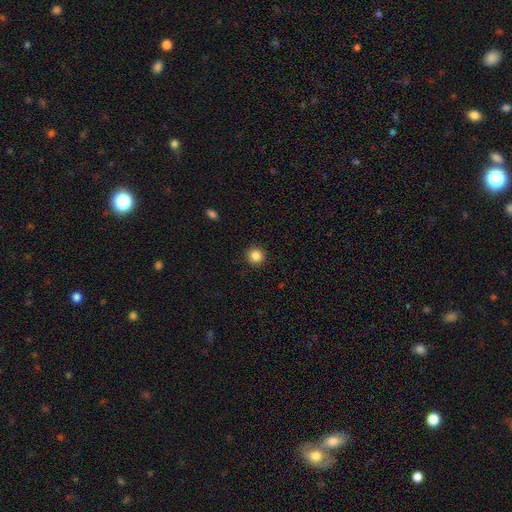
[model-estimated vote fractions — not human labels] This appears to be a smooth galaxy with no disk features (85%) that is round (95%). Merging: none (93%).